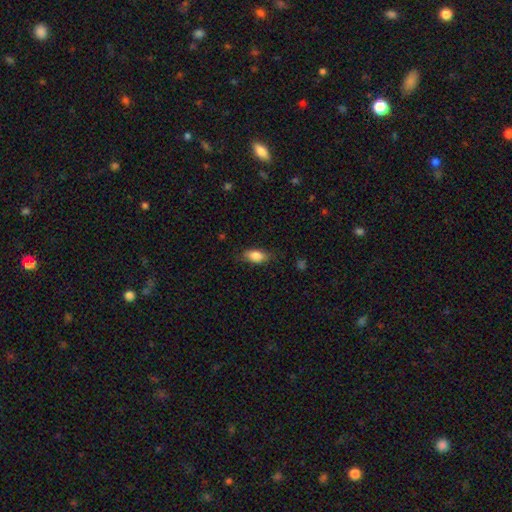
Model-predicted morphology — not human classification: smooth 84%, featured or disk 9%, star or artifact 7%. Down the decision tree: how rounded — in between (87%); merging — none (77%).